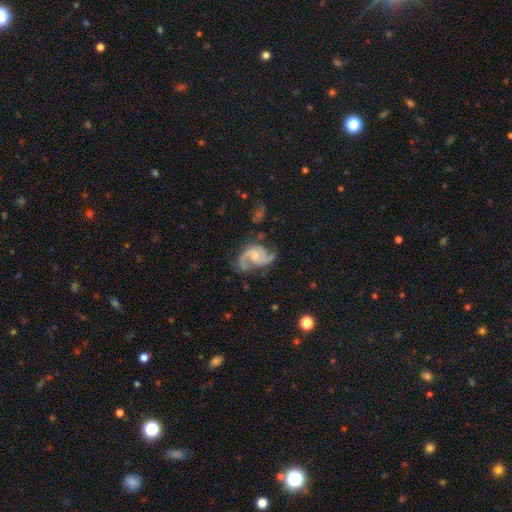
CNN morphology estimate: A featured or disk galaxy (86%) with no bar (54%), 2 (82%) medium (52%) spiral arms (96%) and a small central bulge (51%). Merging: none (53%).